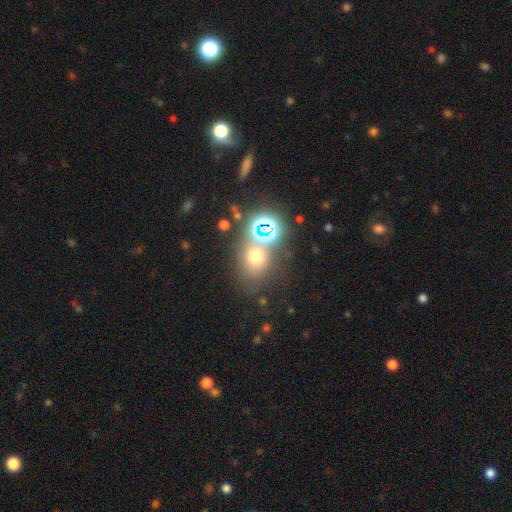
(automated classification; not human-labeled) Smooth or featured: smooth — 58% (star or artifact — 31%)
How rounded: round — 66% (in between — 33%)
Merging: none — 61% (merger — 21%)